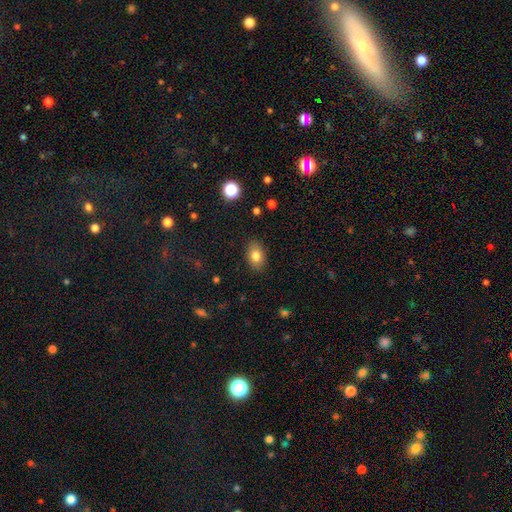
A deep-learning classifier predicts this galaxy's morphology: smooth_or_featured: smooth (p=0.81) [alt: featured or disk p=0.10]
how_rounded: in between (p=0.83) [alt: round p=0.15]
merging: none (p=0.87) [alt: minor disturbance p=0.10]